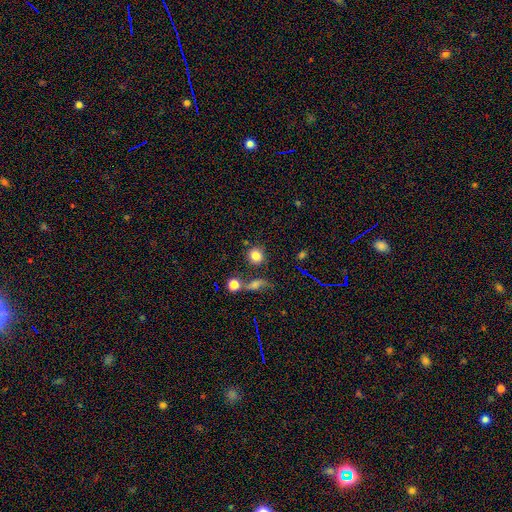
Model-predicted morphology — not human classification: Smooth or featured? Predicted: smooth (p=0.80). How rounded? Predicted: round (p=0.87). Merging? Predicted: none (p=0.74).